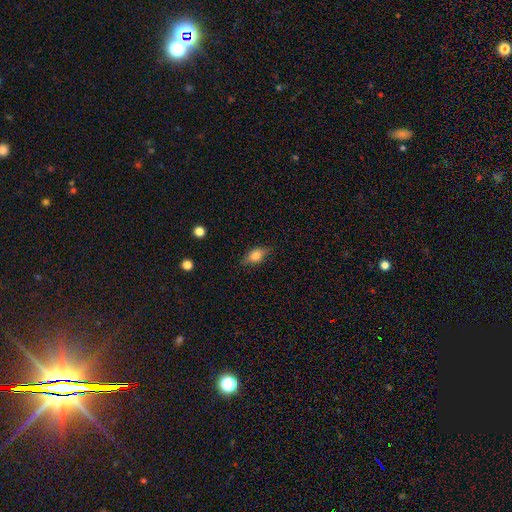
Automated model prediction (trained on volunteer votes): This appears to be a smooth galaxy with no disk features (63%) that is in between round and cigar-shaped (76%). Merging: none (81%).